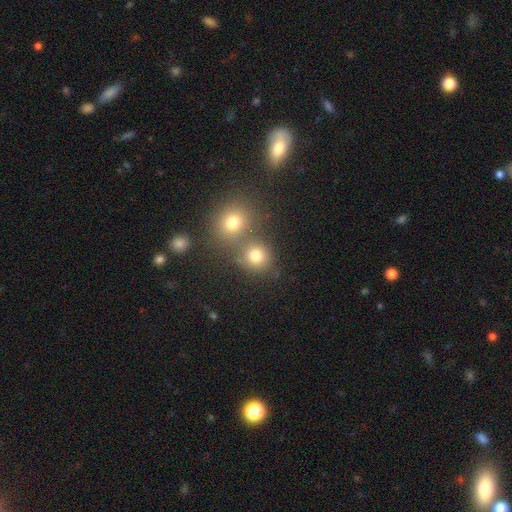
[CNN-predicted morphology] type=smooth (77%); roundness=round (85%); merging=none (54%).